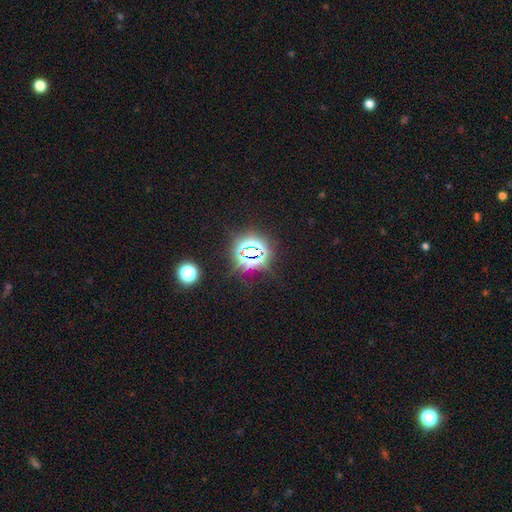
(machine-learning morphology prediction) Overall: star or artifact (79%).